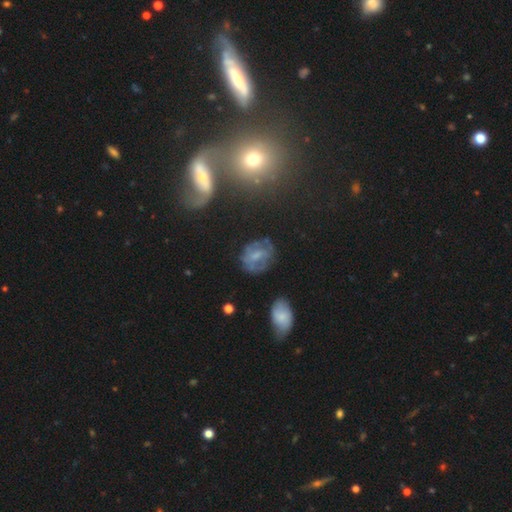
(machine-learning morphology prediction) Overall: featured or disk (53%; smooth 35%). Edge-on disk: no (96%). Bar: no (46%; weak 41%). Spiral arms: yes (54%; no 46%). Bulge size: small (42%; moderate 33%). Merging: none (62%; minor disturbance 22%).